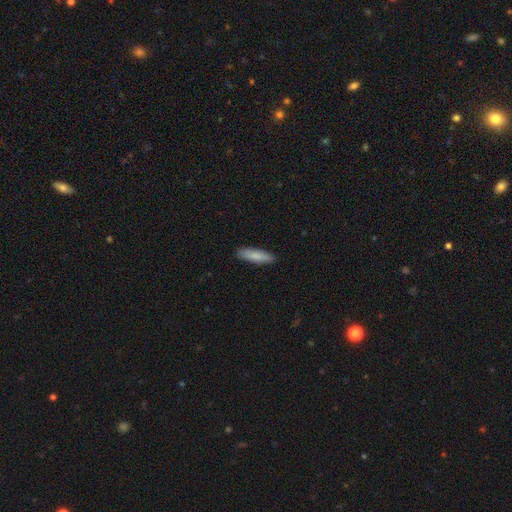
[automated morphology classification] This appears to be a smooth galaxy with no disk features (84%) that is cigar-shaped (65%). Merging: none (88%).